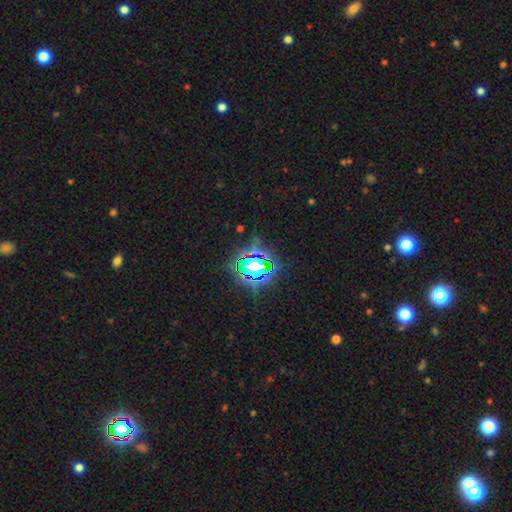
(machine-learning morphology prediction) smooth-or-featured: star or artifact: 80% | smooth: 13% | featured or disk: 7%